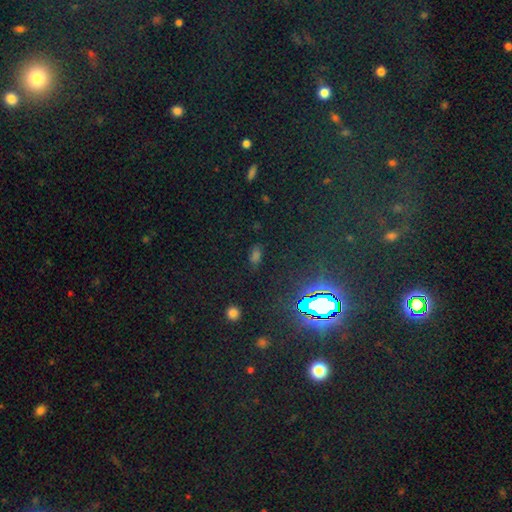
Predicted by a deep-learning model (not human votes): A star or artifact, not a galaxy (71%).

Vote fractions:
- Smooth or featured? star or artifact: 71% / smooth: 19% / featured or disk: 10%